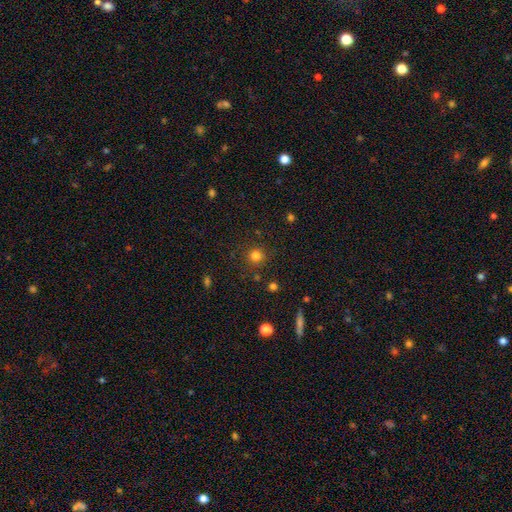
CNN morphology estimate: A smooth galaxy with no disk features (79%) that is round (92%). Merging: none (84%).